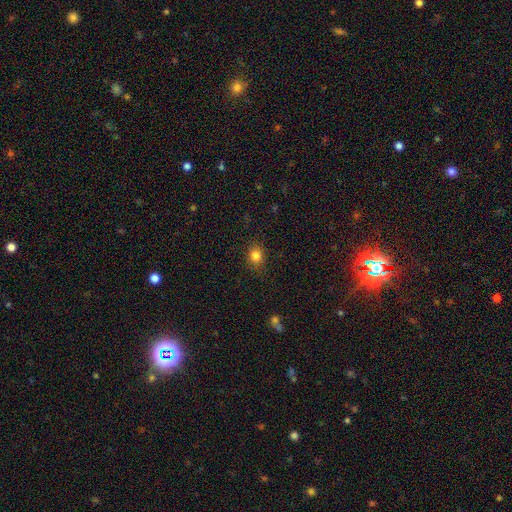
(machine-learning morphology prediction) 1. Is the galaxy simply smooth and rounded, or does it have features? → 82% smooth, 12% star or artifact, 6% featured or disk.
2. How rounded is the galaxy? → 67% round, 32% in between, 1% cigar-shaped.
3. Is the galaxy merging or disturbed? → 85% none, 11% minor disturbance, 3% major disturbance, 1% merger.